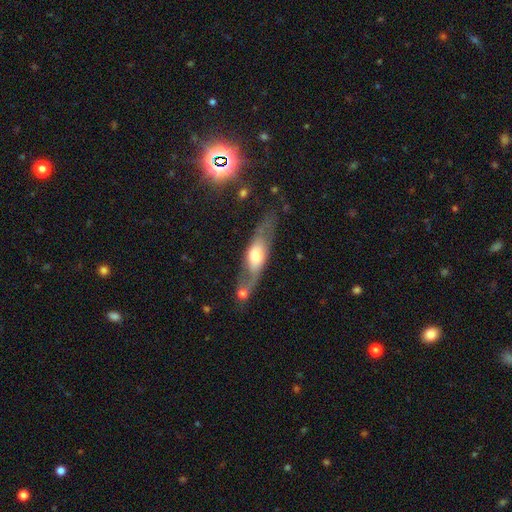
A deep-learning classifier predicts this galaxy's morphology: A featured or disk galaxy (55%).

Vote fractions:
- Smooth or featured? featured or disk: 55% / smooth: 39% / star or artifact: 6%
- Edge-on disk? no: 53% / yes: 47%
- Merging? none: 53% / minor disturbance: 19% / merger: 14% / major disturbance: 14%